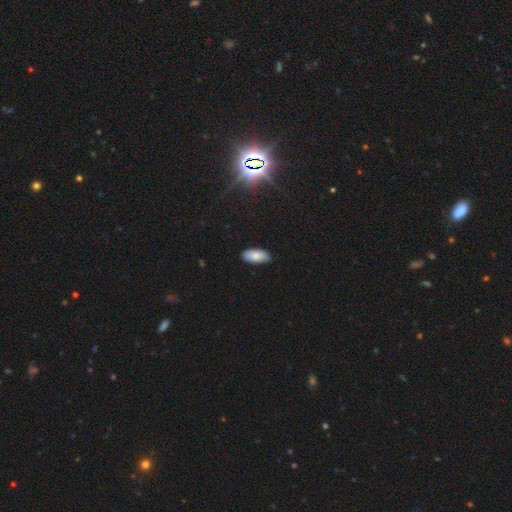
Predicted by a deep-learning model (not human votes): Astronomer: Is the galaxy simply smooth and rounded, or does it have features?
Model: smooth — 83%.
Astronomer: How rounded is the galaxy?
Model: in between — 93%.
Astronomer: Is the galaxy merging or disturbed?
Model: none — 86%.